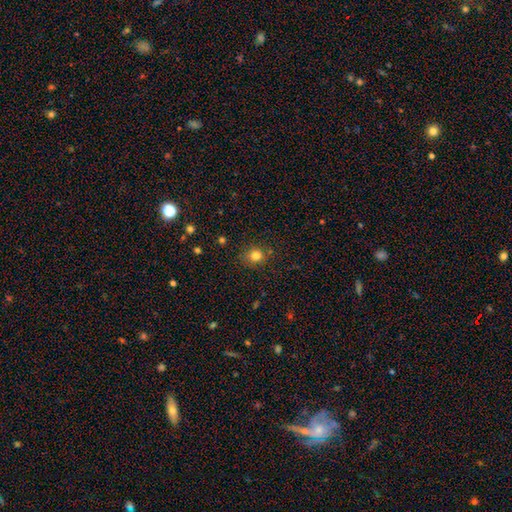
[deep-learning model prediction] Smooth or featured: smooth — 80% (star or artifact — 14%)
How rounded: round — 79% (in between — 20%)
Merging: none — 81% (minor disturbance — 13%)